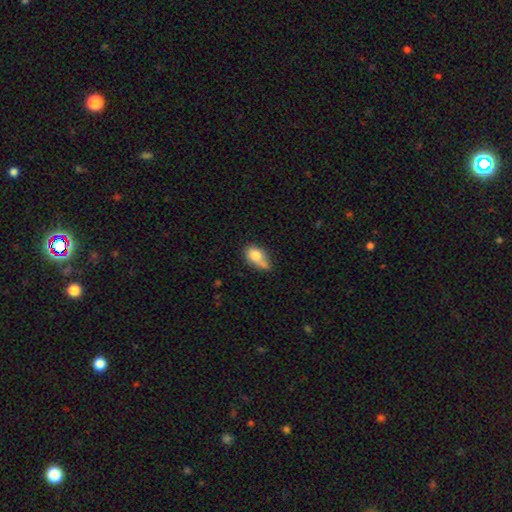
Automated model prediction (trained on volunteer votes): Smooth or featured: smooth — 77% (featured or disk — 15%)
How rounded: in between — 84% (round — 13%)
Merging: none — 35% (minor disturbance — 34%)